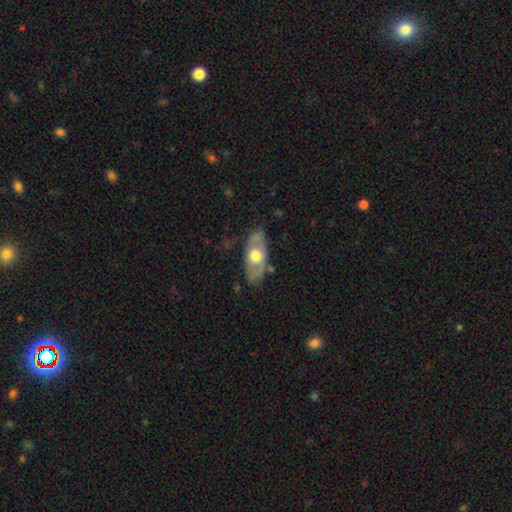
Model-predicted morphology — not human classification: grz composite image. It shows a featured or disk galaxy (52%). Merging: none (77%).